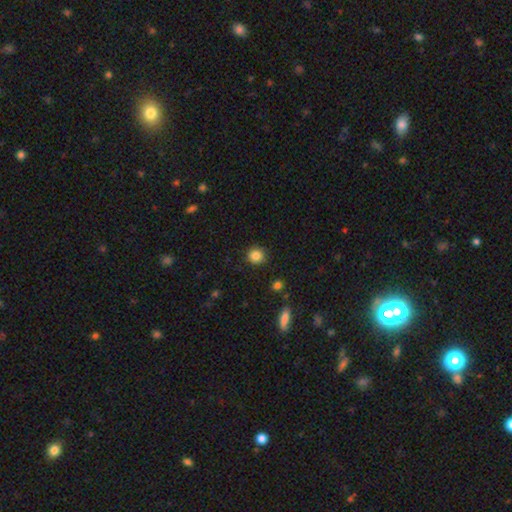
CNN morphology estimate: This is clearly a smooth galaxy (85%). How rounded: clearly round (92%). Merging: clearly none (91%).